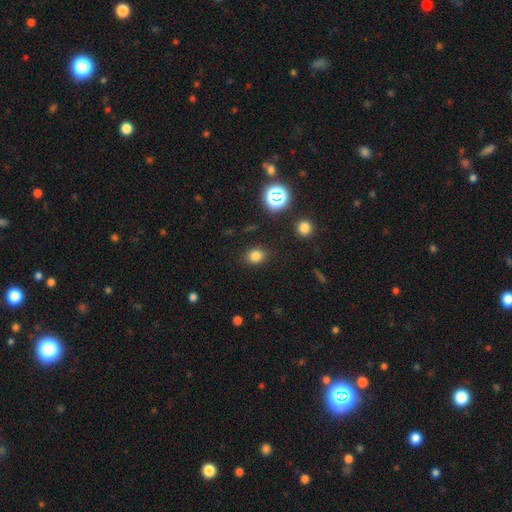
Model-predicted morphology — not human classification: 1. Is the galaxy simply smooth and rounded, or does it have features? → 79% smooth, 16% star or artifact, 6% featured or disk.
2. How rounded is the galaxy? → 62% round, 38% in between, 1% cigar-shaped.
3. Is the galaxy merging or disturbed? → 86% none, 9% minor disturbance, 3% major disturbance, 2% merger.